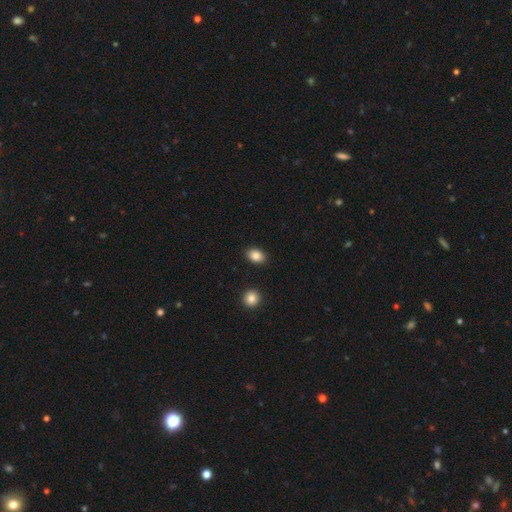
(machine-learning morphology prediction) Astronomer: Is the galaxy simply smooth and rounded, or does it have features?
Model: smooth — 87%.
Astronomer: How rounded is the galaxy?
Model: in between — 78%.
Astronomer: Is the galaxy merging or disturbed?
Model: none — 88%.